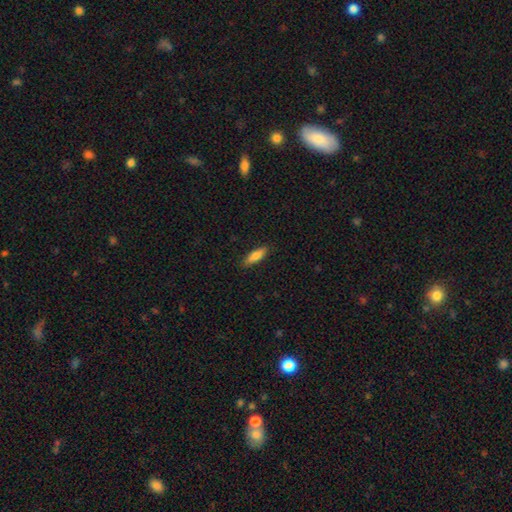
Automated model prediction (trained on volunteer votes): Smooth or featured?
  - smooth: 79% *
  - featured or disk: 15%
  - star or artifact: 6%
How rounded?
  - cigar-shaped: 49% * (tied)
  - in between: 49% * (tied)
  - round: 2%
Merging?
  - none: 88% *
  - minor disturbance: 10%
  - major disturbance: 2%
  - merger: 1%